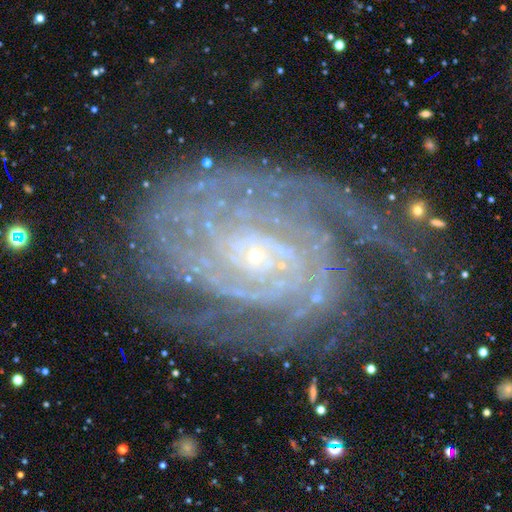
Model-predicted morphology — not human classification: Smooth or featured? Predicted: featured or disk (p=0.89). Edge-on disk? Predicted: no (p=0.97). Bar? Predicted: no (p=0.66). Spiral arms? Predicted: yes (p=0.98). Spiral winding? Predicted: tight (p=0.78). Spiral arm count? Predicted: 2 (p=0.28). Bulge size? Predicted: small (p=0.86). Merging? Predicted: none (p=0.62).